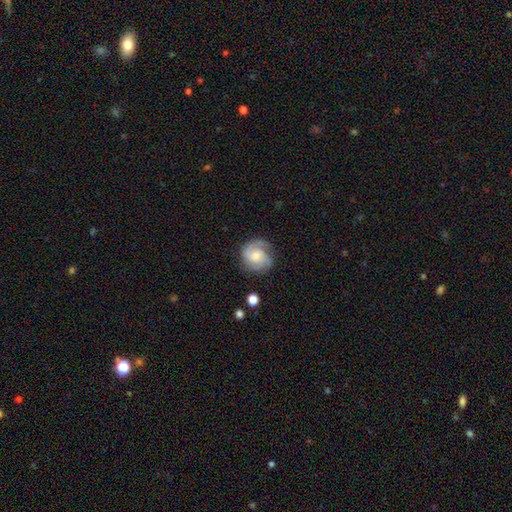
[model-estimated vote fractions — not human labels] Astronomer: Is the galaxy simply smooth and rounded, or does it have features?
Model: featured or disk — 77%.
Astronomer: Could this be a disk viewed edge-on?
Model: no — 98%.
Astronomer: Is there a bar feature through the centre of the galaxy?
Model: no — 66%.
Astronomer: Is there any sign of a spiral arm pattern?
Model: yes — 96%.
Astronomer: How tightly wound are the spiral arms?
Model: tight — 47% (runner-up: medium, 41%).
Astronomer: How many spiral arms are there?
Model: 3 — 36%, tied with 2 at 36%.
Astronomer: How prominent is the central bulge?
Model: moderate — 43% (runner-up: small, 40%).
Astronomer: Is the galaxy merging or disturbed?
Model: none — 74%.